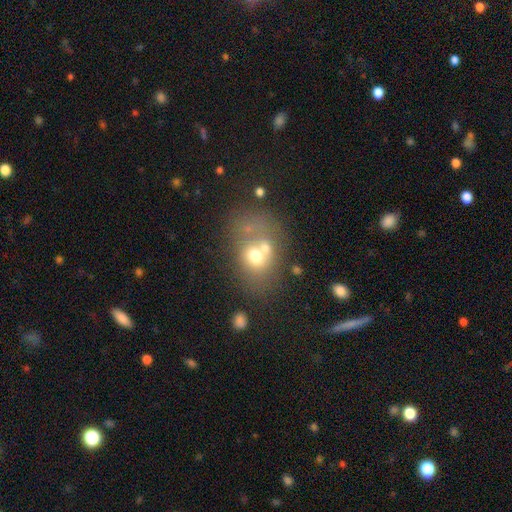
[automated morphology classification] smooth_or_featured: smooth (p=0.62) [alt: featured or disk p=0.25]
how_rounded: in between (p=0.54) [alt: round p=0.44]
merging: merger (p=0.38) [alt: none p=0.37]